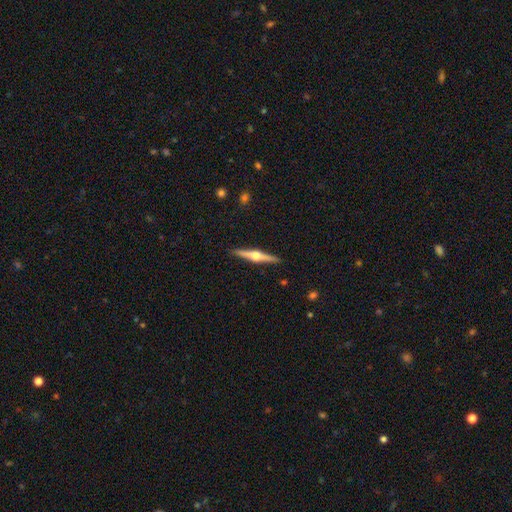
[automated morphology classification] smooth-or-featured: featured or disk: 79% | smooth: 16% | star or artifact: 5%
  disk-edge-on: yes: 98% | no: 2%
    edge-on-bulge: rounded: 96% | boxy: 3% | none: 2%
  merging: none: 91% | minor disturbance: 6% | major disturbance: 1% | merger: 1%